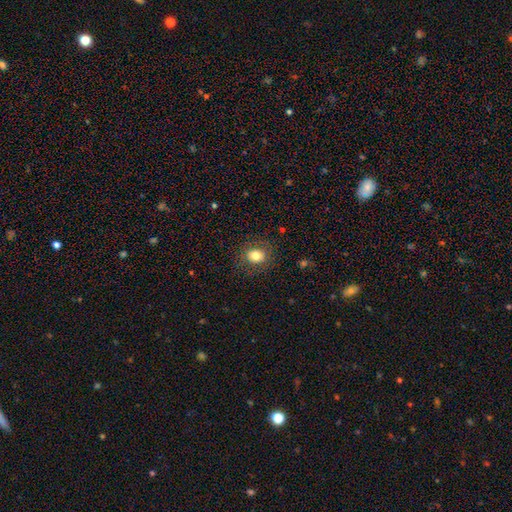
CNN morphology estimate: This appears to be a smooth galaxy with no disk features (79%) that is round (62%). Merging: none (84%).